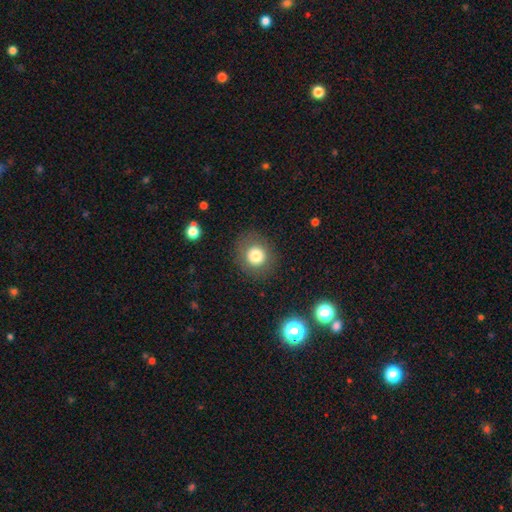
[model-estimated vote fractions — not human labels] Morphology: type=smooth (78%); roundness=round (85%); merging=none (84%).